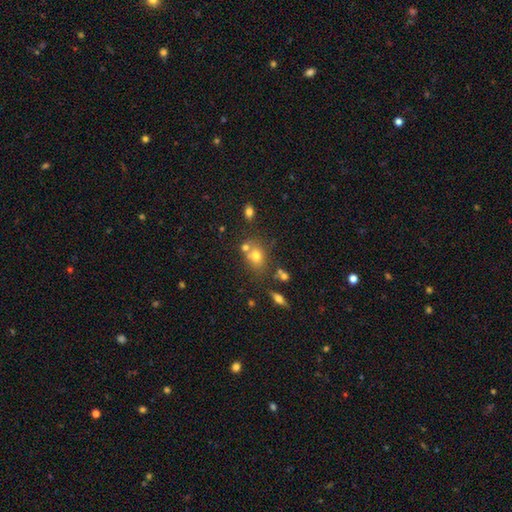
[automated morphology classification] A smooth galaxy with no disk features (69%) that is in between round and cigar-shaped (53%). Merging: none (53%).